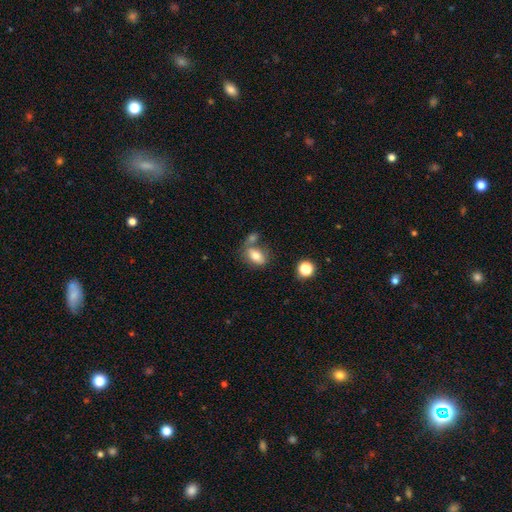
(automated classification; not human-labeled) Smooth or featured?
  - smooth: 78% *
  - featured or disk: 13%
  - star or artifact: 9%
How rounded?
  - in between: 86% *
  - round: 9%
  - cigar-shaped: 4%
Merging?
  - none: 48% *
  - merger: 29%
  - minor disturbance: 16%
  - major disturbance: 7%